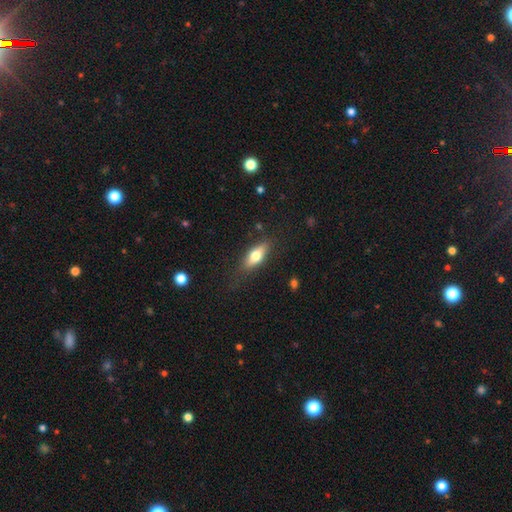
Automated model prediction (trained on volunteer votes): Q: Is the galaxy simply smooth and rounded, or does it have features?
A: smooth — 65%.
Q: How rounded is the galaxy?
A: in between — 69%.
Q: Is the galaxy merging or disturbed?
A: none — 77%.